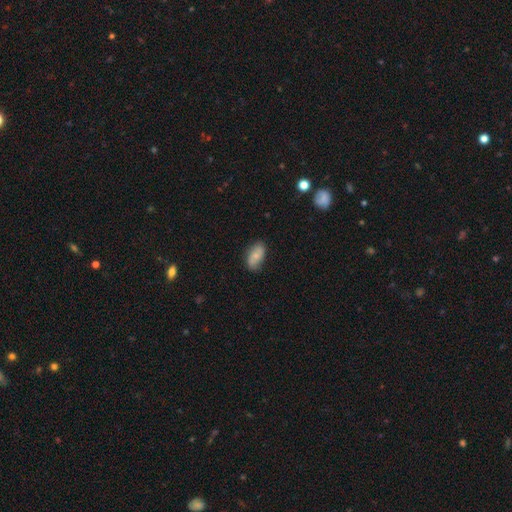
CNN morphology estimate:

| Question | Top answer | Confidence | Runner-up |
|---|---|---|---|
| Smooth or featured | smooth | 71% | featured or disk (22%) |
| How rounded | in between | 92% | round (4%) |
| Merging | none | 75% | minor disturbance (20%) |